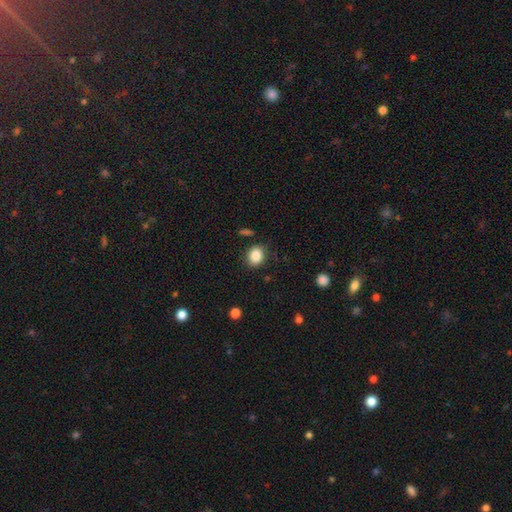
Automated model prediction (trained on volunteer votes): Smooth or featured?
  - smooth: 85% *
  - star or artifact: 9%
  - featured or disk: 6%
How rounded?
  - round: 62% *
  - in between: 37%
  - cigar-shaped: 1%
Merging?
  - none: 83% *
  - minor disturbance: 11%
  - major disturbance: 3%
  - merger: 2%